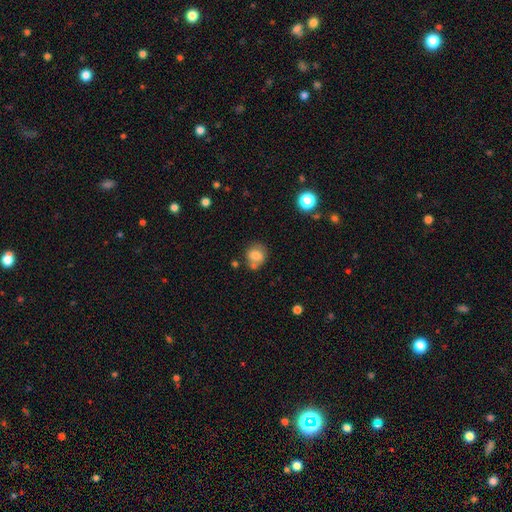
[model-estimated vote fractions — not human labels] smooth 74%, featured or disk 16%, star or artifact 10%. Down the decision tree: how rounded — round (68%); merging — none (55%).